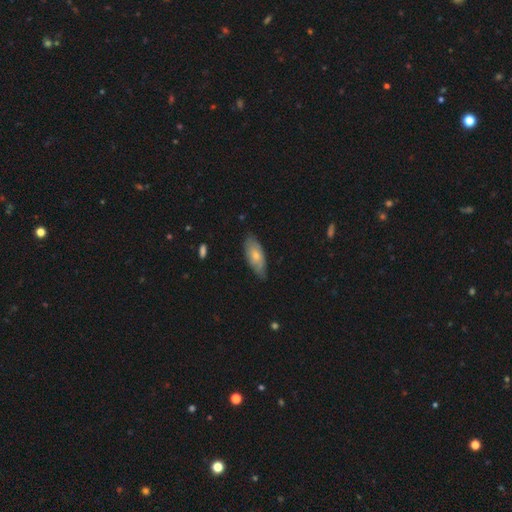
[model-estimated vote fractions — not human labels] Morphology: type=smooth (60%); roundness=in between (83%); merging=none (71%).